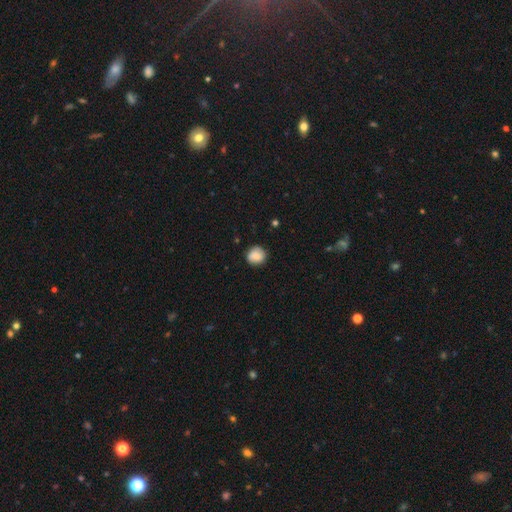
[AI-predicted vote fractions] Smooth or featured?
  - smooth: 83% *
  - featured or disk: 8%
  - star or artifact: 8%
How rounded?
  - round: 88% *
  - in between: 11%
  - cigar-shaped: 1%
Merging?
  - none: 83% *
  - minor disturbance: 13%
  - major disturbance: 3%
  - merger: 1%